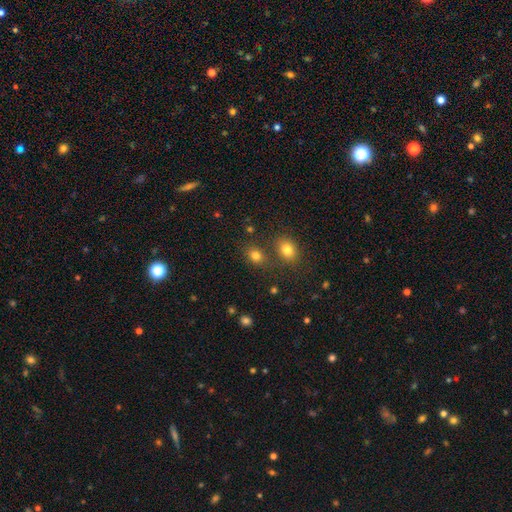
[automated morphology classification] Smooth or featured?
  - smooth: 80% *
  - star or artifact: 13%
  - featured or disk: 7%
How rounded?
  - in between: 56% *
  - round: 42%
  - cigar-shaped: 1%
Merging?
  - none: 70% *
  - merger: 15%
  - minor disturbance: 11%
  - major disturbance: 4%